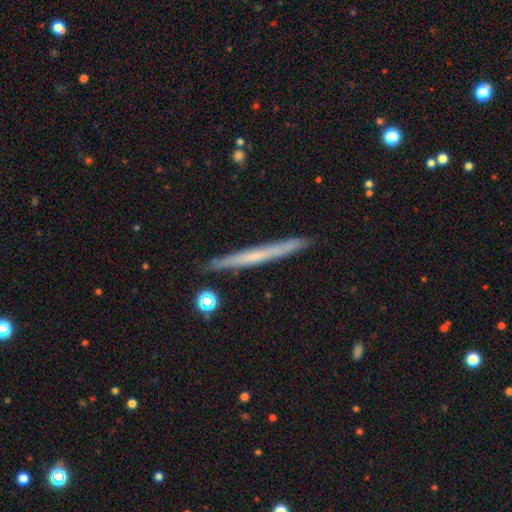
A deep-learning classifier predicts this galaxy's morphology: featured or disk 48%, smooth 45%, star or artifact 6%. Down the decision tree: merging — none (89%).